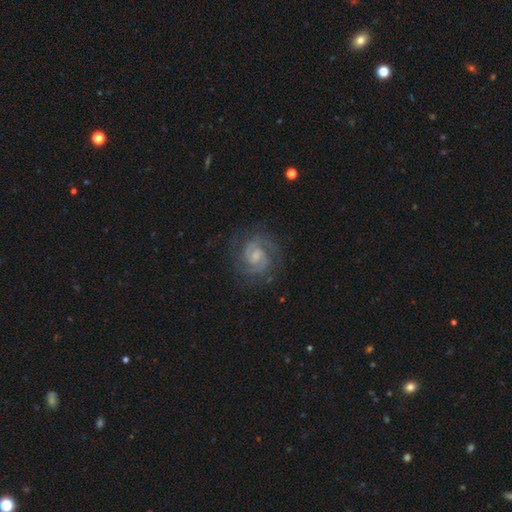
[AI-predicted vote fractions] A featured or disk galaxy (89%) with a weak bar (53%), 2 (83%) tight (53%) spiral arms (98%) and a small central bulge (51%).

Vote fractions:
- Smooth or featured? featured or disk: 89% / smooth: 5% / star or artifact: 5%
- Edge-on disk? no: 98% / yes: 2%
- Bar? weak: 53% / no: 34% / strong: 12%
- Spiral arms? yes: 98% / no: 2%
- Spiral winding? tight: 53% / medium: 41% / loose: 6%
- Spiral arm count? 2: 83% / 3: 7% / can't tell: 5% / 4: 2% / 1: 2% / more than 4: 2%
- Bulge size? small: 51% / moderate: 29% / none: 17% / large: 2% / dominant: 1%
- Merging? none: 81% / minor disturbance: 13% / major disturbance: 5% / merger: 1%